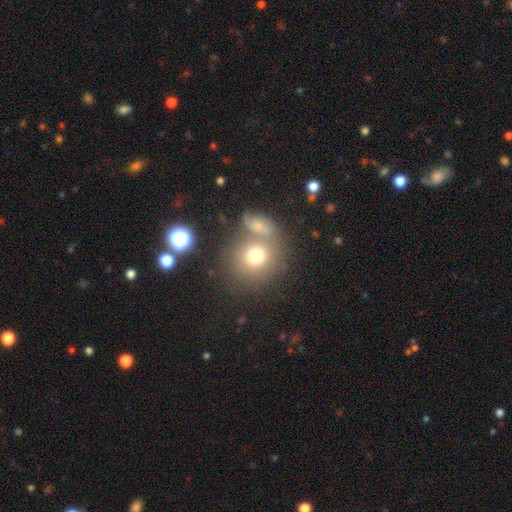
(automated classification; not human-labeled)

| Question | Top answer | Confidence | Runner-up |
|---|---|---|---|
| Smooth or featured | smooth | 72% | featured or disk (16%) |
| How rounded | round | 82% | in between (17%) |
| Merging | none | 56% | merger (27%) |